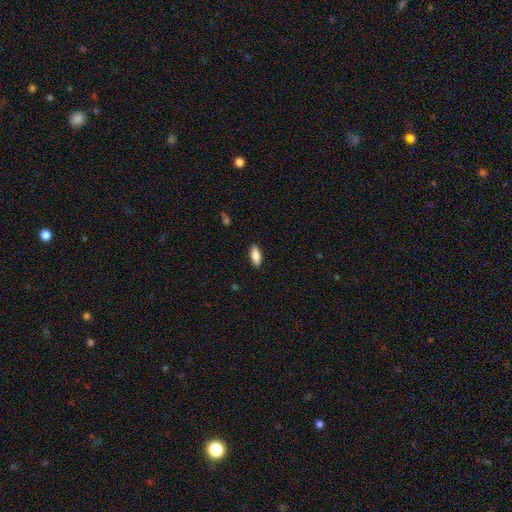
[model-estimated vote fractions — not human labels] A smooth galaxy with no disk features (87%) that is in between round and cigar-shaped (79%).

Vote fractions:
- Smooth or featured? smooth: 87% / featured or disk: 7% / star or artifact: 7%
- How rounded? in between: 79% / cigar-shaped: 19% / round: 2%
- Merging? none: 89% / minor disturbance: 8% / major disturbance: 2% / merger: 1%